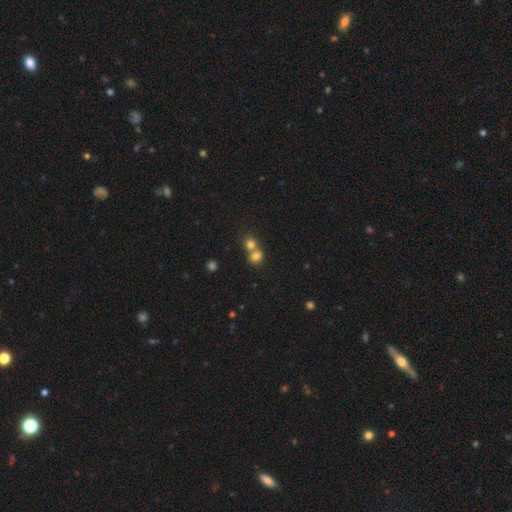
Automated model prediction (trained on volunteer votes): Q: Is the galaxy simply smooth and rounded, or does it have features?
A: smooth — 76%.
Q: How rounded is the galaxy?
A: round — 76%.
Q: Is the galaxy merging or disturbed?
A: merger — 55%.